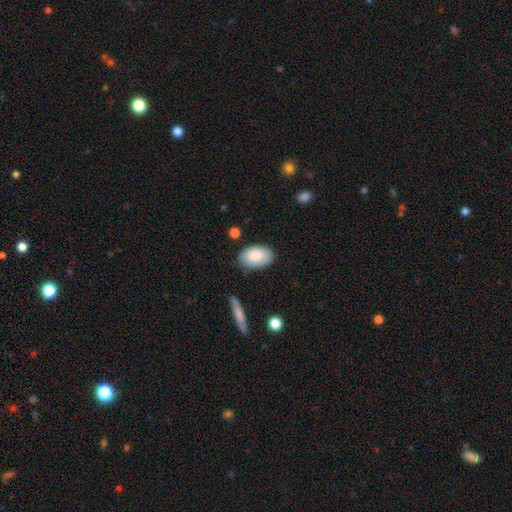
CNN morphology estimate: smooth 82%, featured or disk 12%, star or artifact 6%. Down the decision tree: how rounded — in between (94%); merging — none (78%).